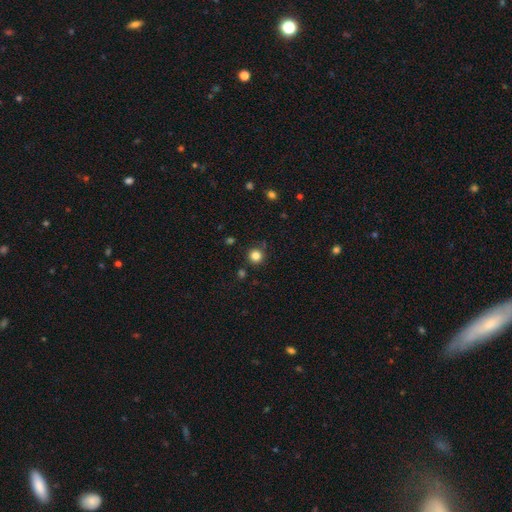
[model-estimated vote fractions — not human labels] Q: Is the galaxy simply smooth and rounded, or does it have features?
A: smooth — 83%.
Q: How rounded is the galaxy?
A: round — 94%.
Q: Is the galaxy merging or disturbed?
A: none — 87%.